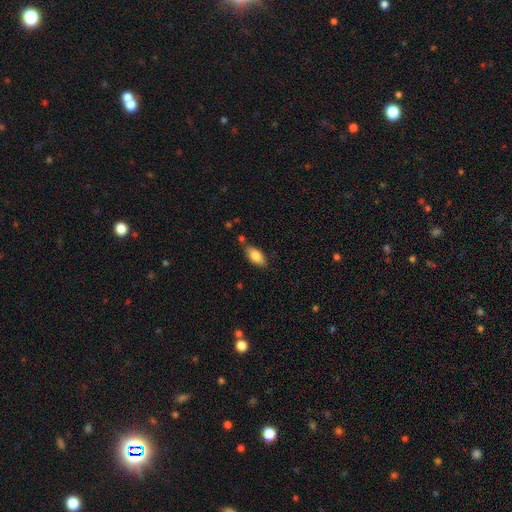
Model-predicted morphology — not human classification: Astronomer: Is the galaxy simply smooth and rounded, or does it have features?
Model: smooth — 83%.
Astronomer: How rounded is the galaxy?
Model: in between — 88%.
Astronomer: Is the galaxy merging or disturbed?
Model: none — 74%.